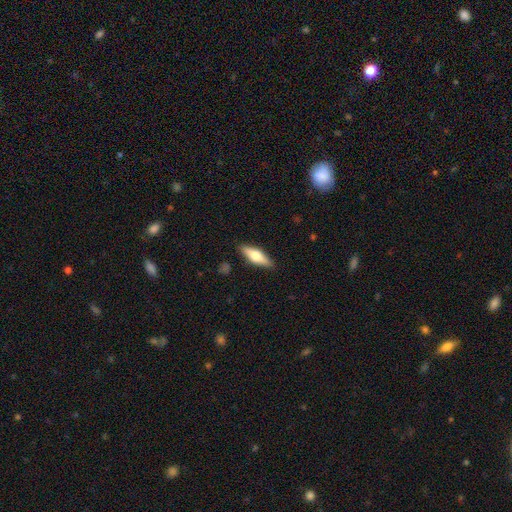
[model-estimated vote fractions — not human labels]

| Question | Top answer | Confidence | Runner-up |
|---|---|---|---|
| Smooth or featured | smooth | 53% | featured or disk (41%) |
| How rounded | cigar-shaped | 49% | in between (48%) |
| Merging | none | 87% | minor disturbance (9%) |